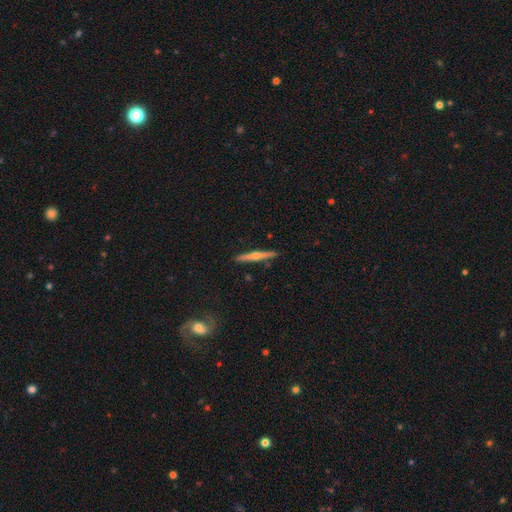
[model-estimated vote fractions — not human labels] Morphology: type=featured or disk (70%); edge-on=yes (97%); edge-on bulge=rounded (85%); merging=none (90%).